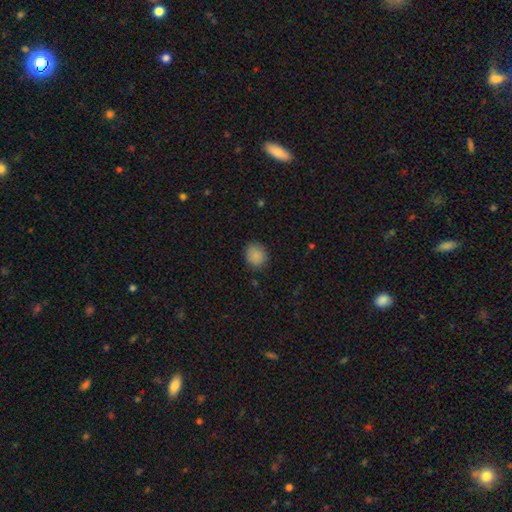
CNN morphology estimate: The model was most divided on "how rounded": round: 76%, in between: 23%, cigar-shaped: 1%. More confident: smooth or featured — smooth (87%); merging — none (84%).